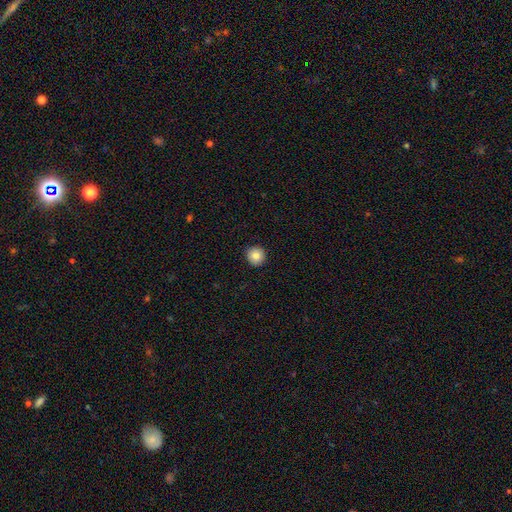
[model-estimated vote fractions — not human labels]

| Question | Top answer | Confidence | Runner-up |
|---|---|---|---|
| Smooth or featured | smooth | 84% | star or artifact (9%) |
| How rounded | round | 95% | in between (4%) |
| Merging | none | 92% | minor disturbance (5%) |